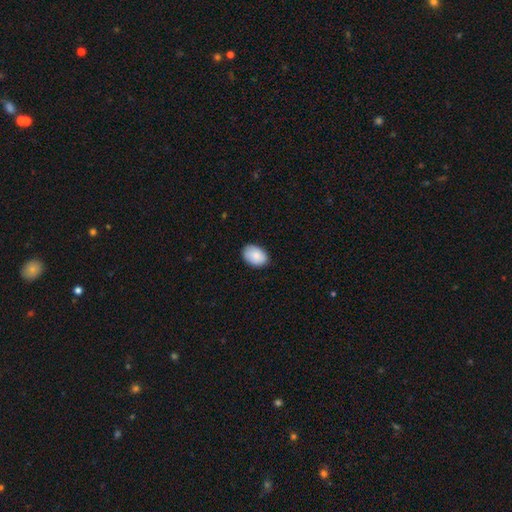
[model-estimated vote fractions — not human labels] Smooth or featured: smooth — 87% (featured or disk — 7%)
How rounded: in between — 84% (round — 15%)
Merging: none — 84% (minor disturbance — 13%)